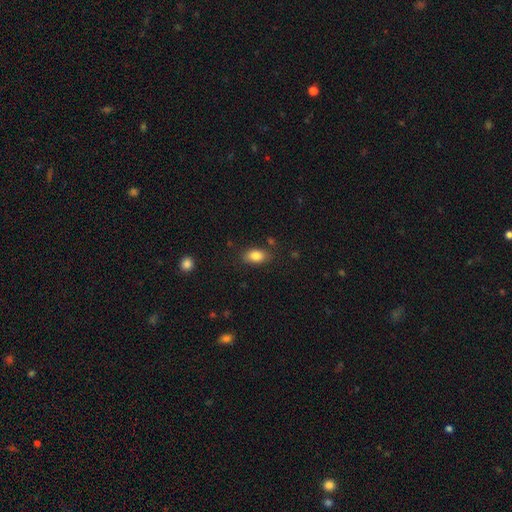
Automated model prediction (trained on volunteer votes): Smooth or featured?
  - smooth: 84% *
  - star or artifact: 8%
  - featured or disk: 8%
How rounded?
  - in between: 88% *
  - round: 10%
  - cigar-shaped: 3%
Merging?
  - none: 82% *
  - minor disturbance: 13%
  - major disturbance: 3%
  - merger: 2%